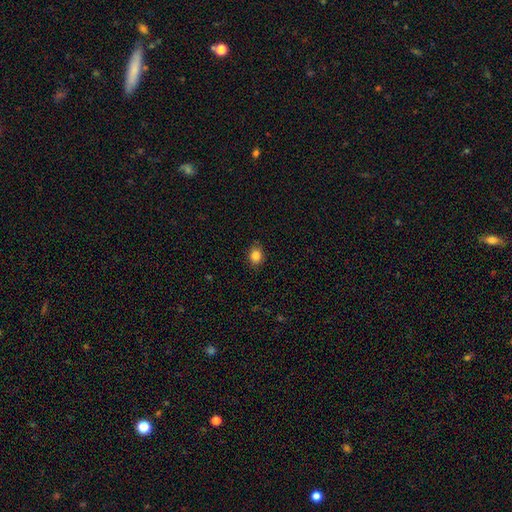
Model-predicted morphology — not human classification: Overall: smooth (85%). How rounded: in between (57%; round 41%). Merging: none (83%).